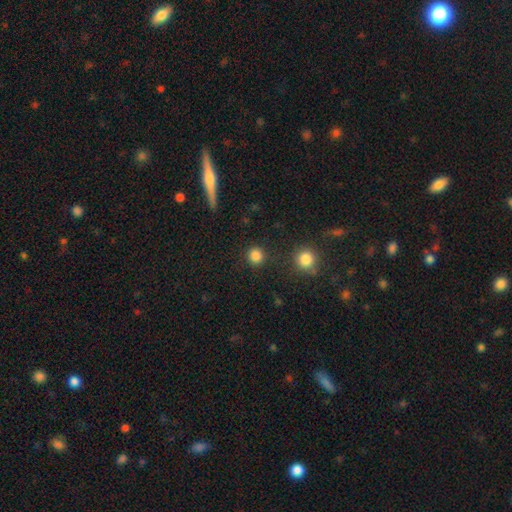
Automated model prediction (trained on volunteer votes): Overall: smooth (84%). How rounded: round (92%). Merging: none (88%).